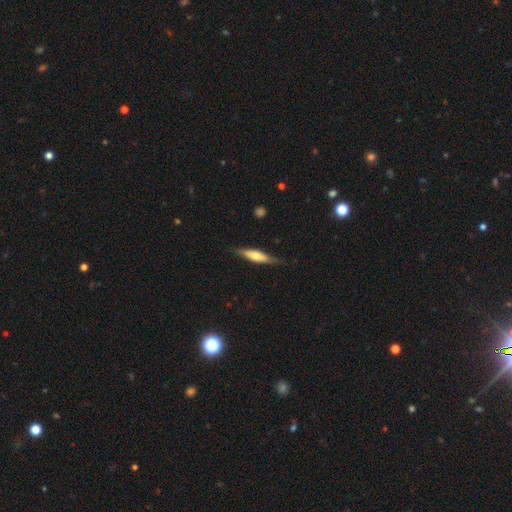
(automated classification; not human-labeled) Smooth or featured? Predicted: smooth (p=0.50). Merging? Predicted: none (p=0.78).